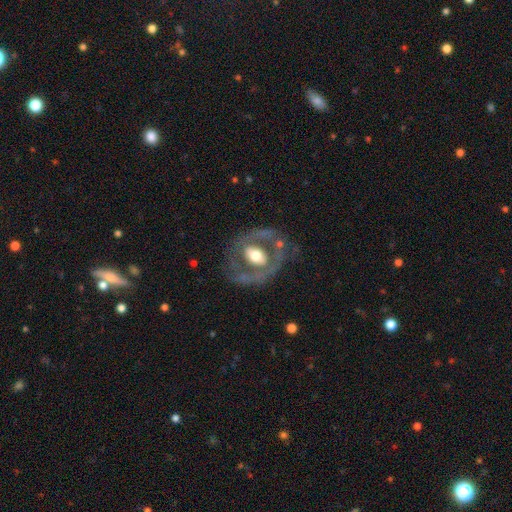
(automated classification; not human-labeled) Smooth or featured? featured or disk (67%)
Edge-on disk? no (94%)
Bar? no (53%)
Spiral arms? no (68%)
Bulge size? moderate (59%)
Merging? none (62%)